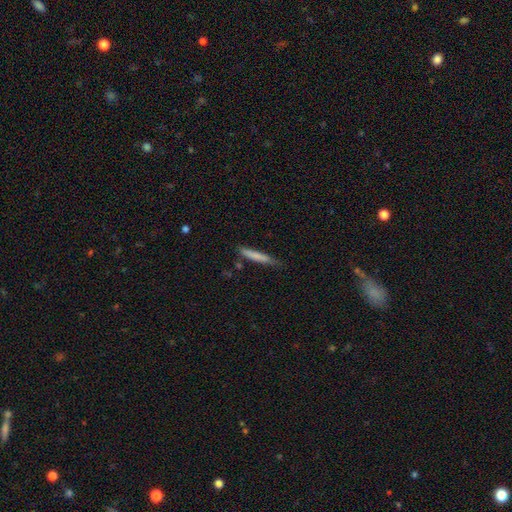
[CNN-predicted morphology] type=smooth (74%); roundness=cigar-shaped (94%); merging=none (73%).